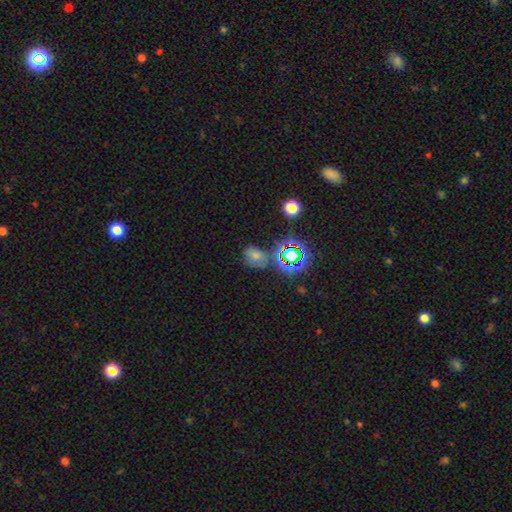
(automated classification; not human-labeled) A star or artifact, not a galaxy (46%).

Vote fractions:
- Smooth or featured? star or artifact: 46% / smooth: 40% / featured or disk: 14%